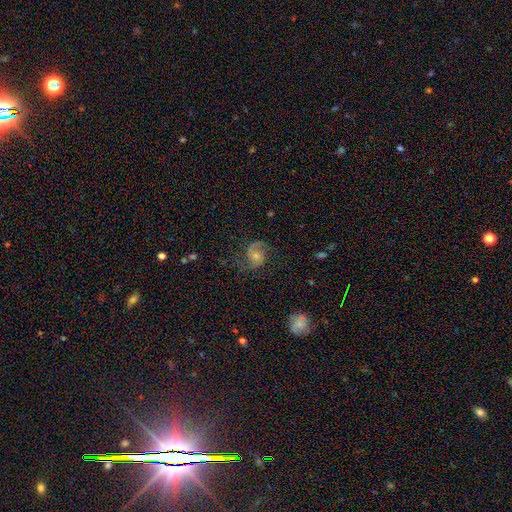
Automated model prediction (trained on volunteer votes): A featured or disk galaxy (81%) with no bar (60%), 2 (84%) medium (55%) spiral arms (97%) and a moderate central bulge (47%). Merging: none (72%).